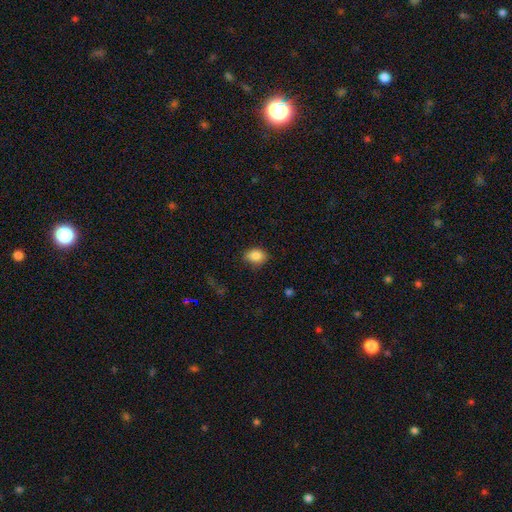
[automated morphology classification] Overall: smooth (87%). How rounded: in between (71%). Merging: none (82%).